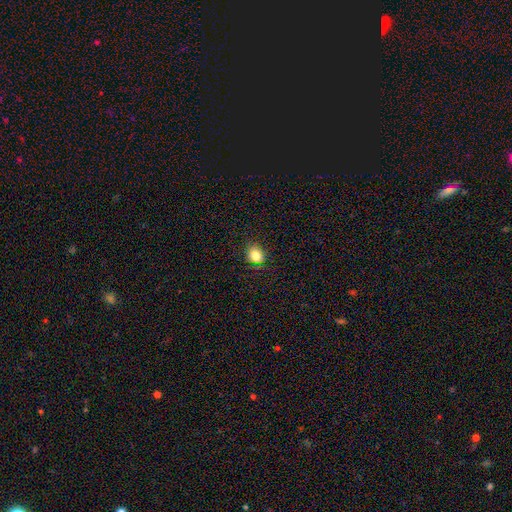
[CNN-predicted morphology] A smooth galaxy with no disk features (79%) that is round (59%).

Vote fractions:
- Smooth or featured? smooth: 79% / star or artifact: 15% / featured or disk: 7%
- How rounded? round: 59% / in between: 40% / cigar-shaped: 1%
- Merging? none: 86% / minor disturbance: 10% / major disturbance: 3% / merger: 1%